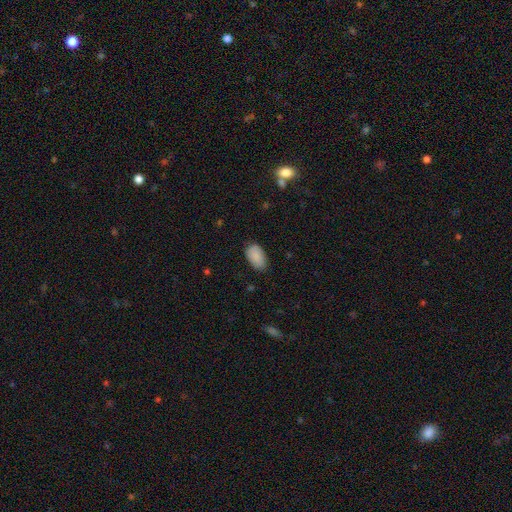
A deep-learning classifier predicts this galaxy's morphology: smooth_or_featured: smooth (p=0.88) [alt: star or artifact p=0.07]
how_rounded: in between (p=0.93) [alt: round p=0.06]
merging: none (p=0.78) [alt: minor disturbance p=0.18]